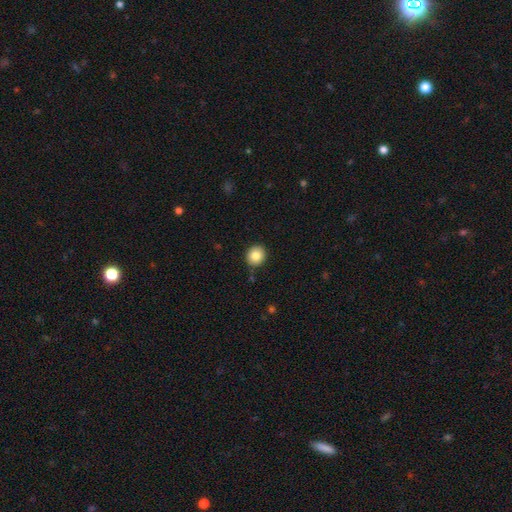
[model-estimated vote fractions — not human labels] This is clearly a smooth galaxy (84%). How rounded: clearly round (83%). Merging: clearly none (89%).